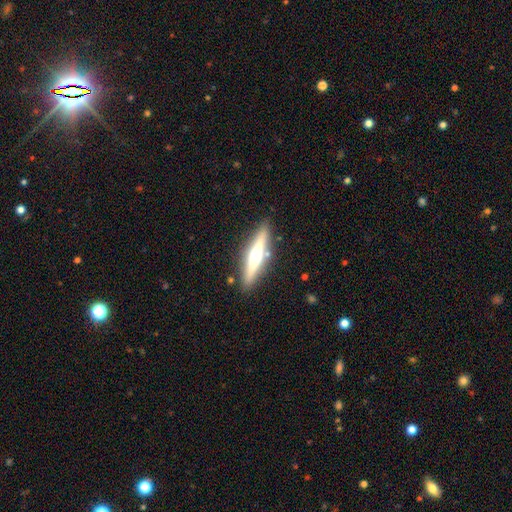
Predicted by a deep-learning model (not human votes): Smooth or featured?
  - featured or disk: 62% *
  - smooth: 31%
  - star or artifact: 6%
Edge-on disk?
  - yes: 94% *
  - no: 6%
Edge-on bulge?
  - rounded: 88% *
  - none: 6%
  - boxy: 6%
Merging?
  - none: 85% *
  - minor disturbance: 9%
  - merger: 3%
  - major disturbance: 2%